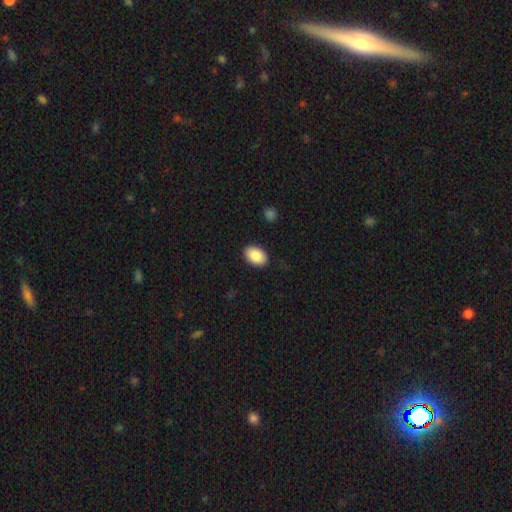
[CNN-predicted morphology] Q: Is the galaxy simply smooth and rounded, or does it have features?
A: smooth — 88%.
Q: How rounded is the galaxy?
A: in between — 90%.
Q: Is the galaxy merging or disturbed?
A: none — 89%.